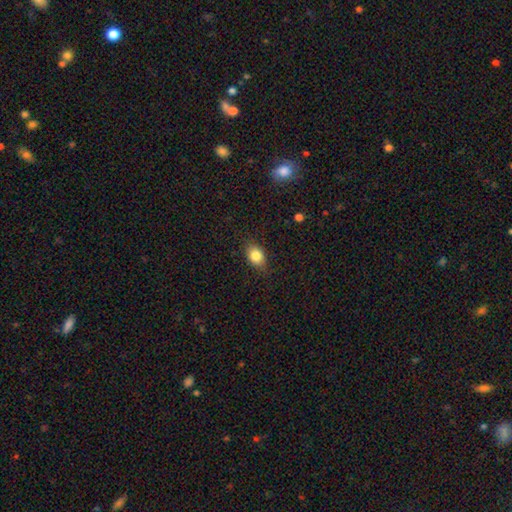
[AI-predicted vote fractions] Smooth or featured? Predicted: smooth (p=0.83). How rounded? Predicted: in between (p=0.74). Merging? Predicted: none (p=0.82).